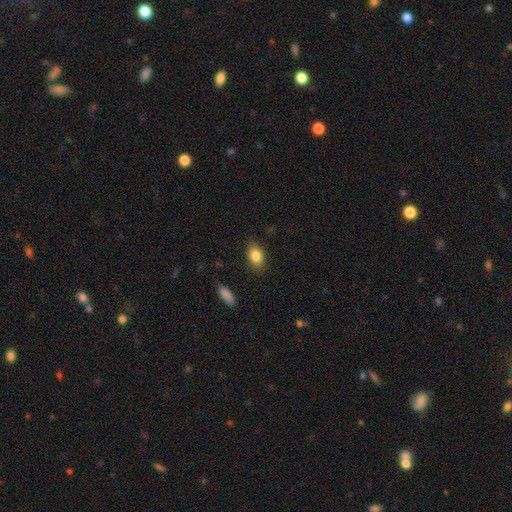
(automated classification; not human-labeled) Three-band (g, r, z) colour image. It shows a smooth galaxy with no disk features (85%) that is in between round and cigar-shaped (88%). Merging: none (86%).